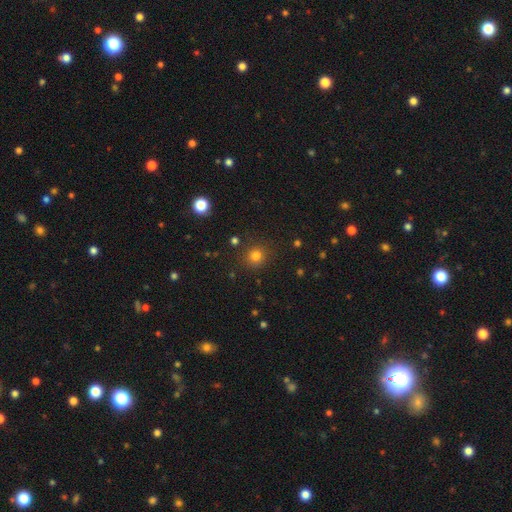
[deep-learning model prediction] Smooth or featured?
  - smooth: 79% *
  - star or artifact: 15%
  - featured or disk: 5%
How rounded?
  - round: 90% *
  - in between: 9%
  - cigar-shaped: 1%
Merging?
  - none: 86% *
  - minor disturbance: 9%
  - major disturbance: 3%
  - merger: 3%